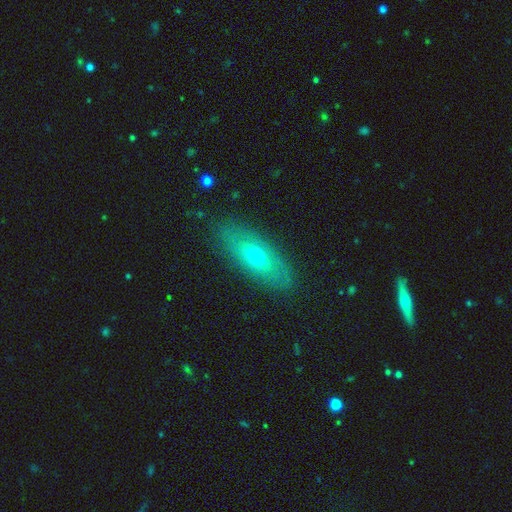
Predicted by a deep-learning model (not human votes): Smooth or featured: smooth — 52% (featured or disk — 41%)
How rounded: in between — 66% (cigar-shaped — 30%)
Merging: none — 85% (minor disturbance — 11%)